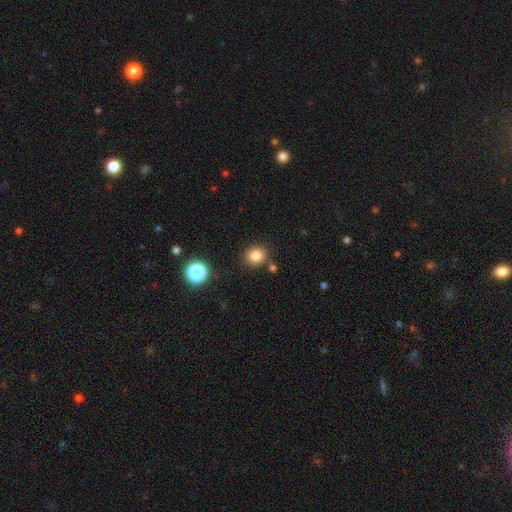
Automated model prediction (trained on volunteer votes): Morphology: type=smooth (82%); roundness=round (66%); merging=none (80%).